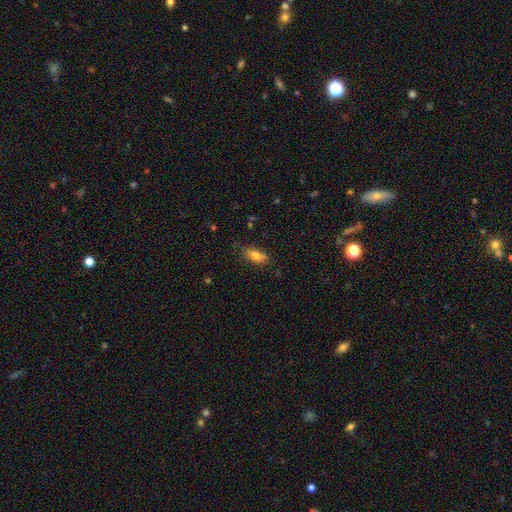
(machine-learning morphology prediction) type=smooth (76%); roundness=in between (81%); merging=none (78%).